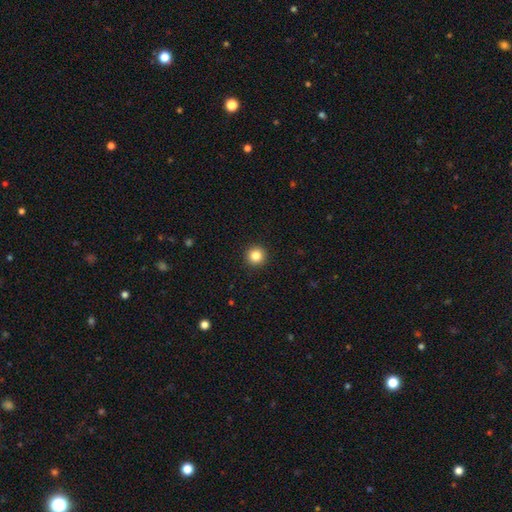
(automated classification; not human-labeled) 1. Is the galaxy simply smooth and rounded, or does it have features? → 84% smooth, 11% star or artifact, 5% featured or disk.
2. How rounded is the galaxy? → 96% round, 4% in between, 1% cigar-shaped.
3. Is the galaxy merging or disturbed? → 93% none, 4% minor disturbance, 2% major disturbance, 1% merger.